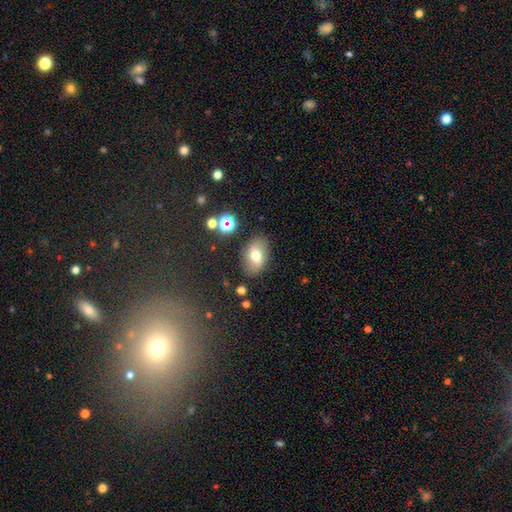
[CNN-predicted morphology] A smooth galaxy with no disk features (66%) that is in between round and cigar-shaped (83%).

Vote fractions:
- Smooth or featured? smooth: 66% / featured or disk: 23% / star or artifact: 11%
- How rounded? in between: 83% / round: 15% / cigar-shaped: 1%
- Merging? none: 84% / minor disturbance: 11% / major disturbance: 3% / merger: 2%